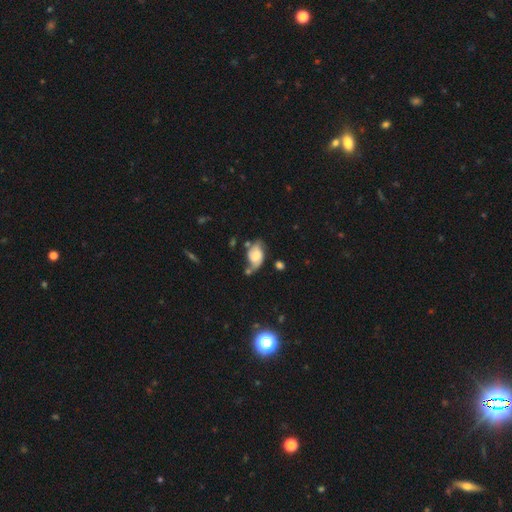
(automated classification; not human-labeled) Q: Smooth or featured?
A: featured or disk (52%); runner-up: smooth (39%)
Q: Edge-on disk?
A: no (95%); runner-up: yes (5%)
Q: Merging?
A: none (41%); runner-up: minor disturbance (30%)